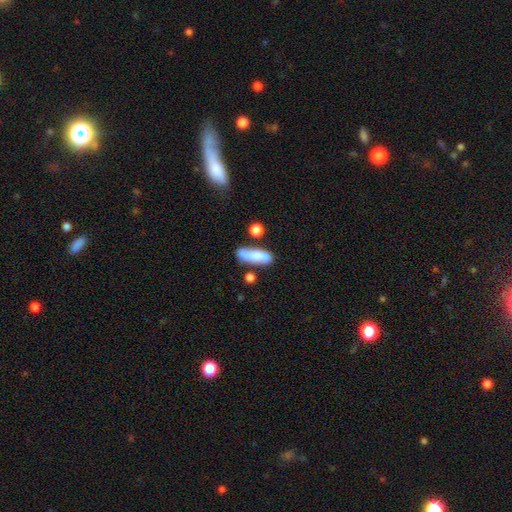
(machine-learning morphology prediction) This is possibly a smooth galaxy (60%). How rounded: likely in between (60%). Merging: likely none (65%).